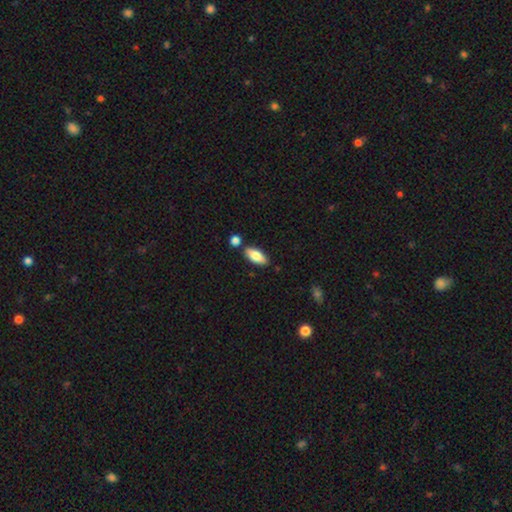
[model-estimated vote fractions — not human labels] Morphology: type=smooth (79%); roundness=in between (84%); merging=none (78%).